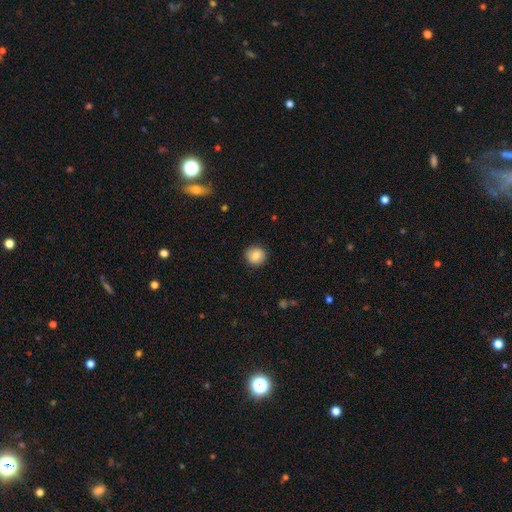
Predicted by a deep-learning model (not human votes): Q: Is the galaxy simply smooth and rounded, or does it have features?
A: smooth — 82%.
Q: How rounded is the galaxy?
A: round — 93%.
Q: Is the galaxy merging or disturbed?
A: none — 90%.